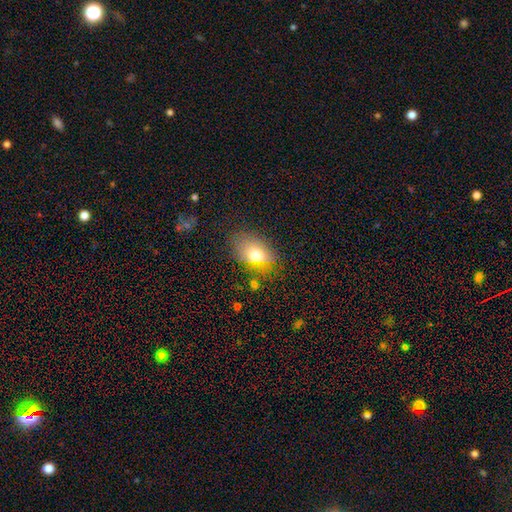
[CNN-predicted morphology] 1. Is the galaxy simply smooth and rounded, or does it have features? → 73% smooth, 16% featured or disk, 11% star or artifact.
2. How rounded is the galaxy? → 82% in between, 16% round, 2% cigar-shaped.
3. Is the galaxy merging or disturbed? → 67% none, 22% minor disturbance, 8% major disturbance, 3% merger.